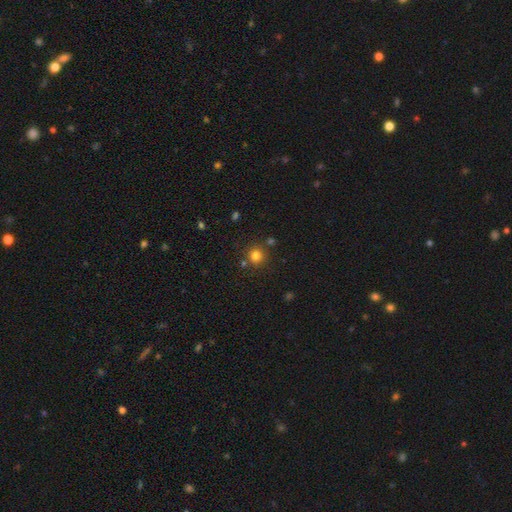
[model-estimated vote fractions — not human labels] The model was most divided on "smooth or featured": smooth: 80%, star or artifact: 15%, featured or disk: 6%. More confident: how rounded — round (92%); merging — none (81%).